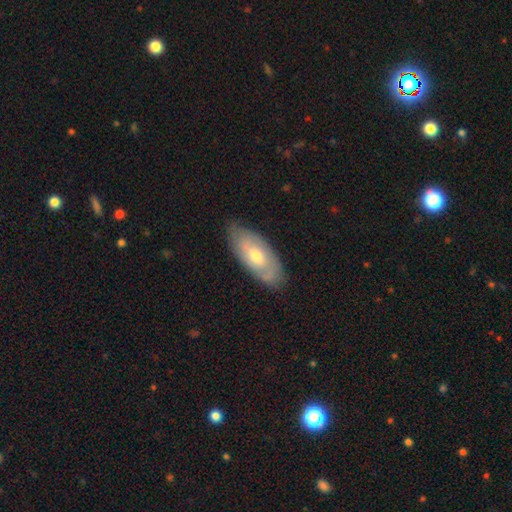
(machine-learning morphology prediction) Smooth or featured? Predicted: featured or disk (p=0.48). Merging? Predicted: none (p=0.75).